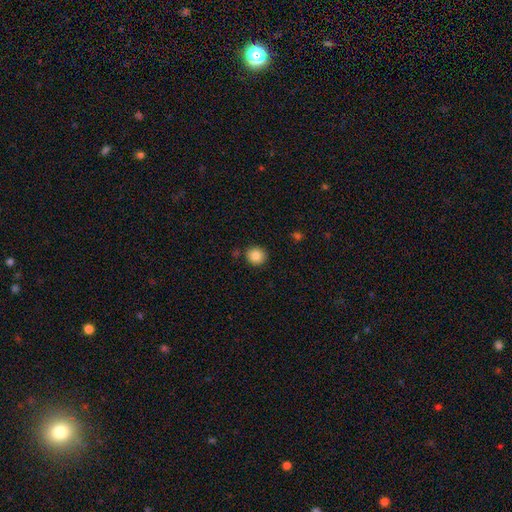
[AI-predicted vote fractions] smooth 84%, star or artifact 9%, featured or disk 6%. Down the decision tree: how rounded — round (91%); merging — none (88%).